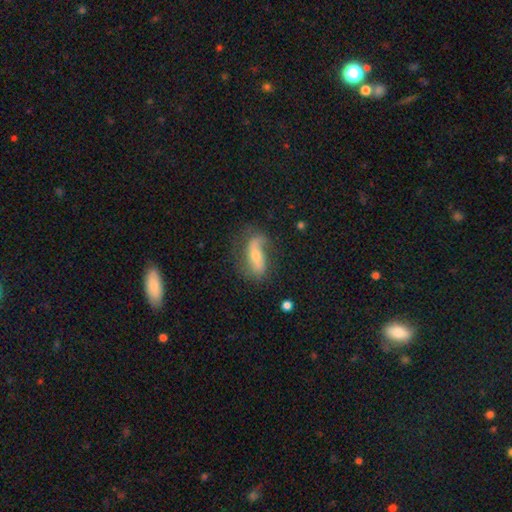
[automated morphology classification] A featured or disk galaxy (65%) with no bar (42%), spiral arms (85%) and a moderate central bulge (46%, tied with small). Merging: none (56%).